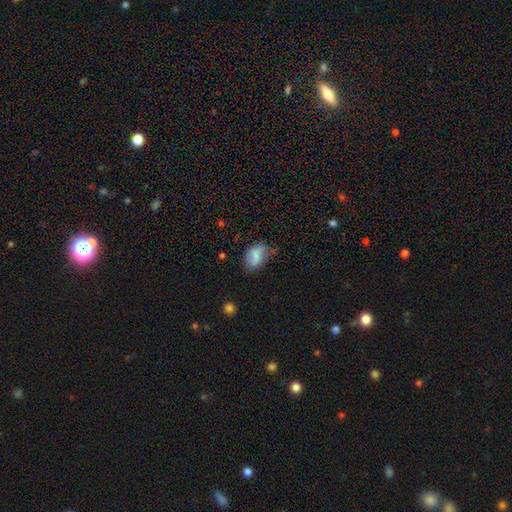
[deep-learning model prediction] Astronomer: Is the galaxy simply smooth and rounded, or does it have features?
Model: smooth — 73%.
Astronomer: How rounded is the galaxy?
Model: in between — 84%.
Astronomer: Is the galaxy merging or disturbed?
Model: none — 46% (runner-up: minor disturbance, 38%).